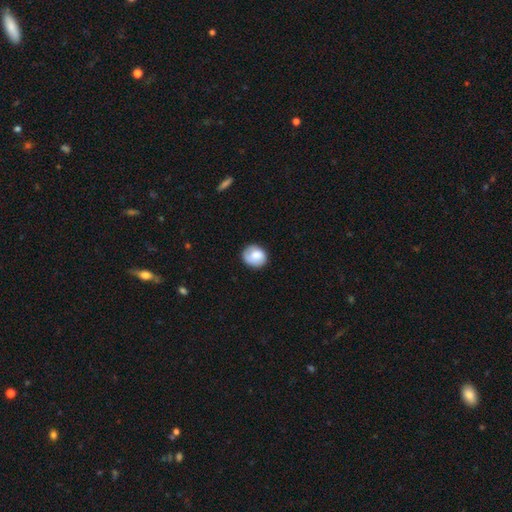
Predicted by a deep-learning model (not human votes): This is likely a smooth galaxy (78%). How rounded: likely round (74%). Merging: likely none (76%).